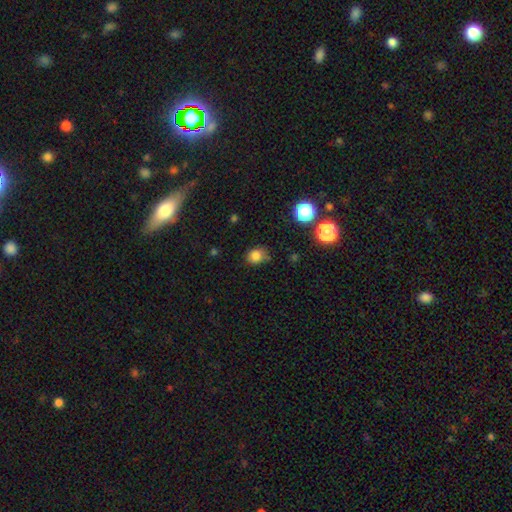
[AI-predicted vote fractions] Overall: smooth (82%). How rounded: round (62%; in between 37%). Merging: none (62%; minor disturbance 27%).